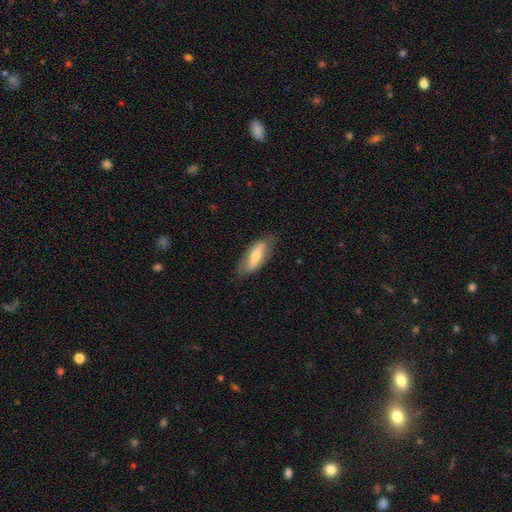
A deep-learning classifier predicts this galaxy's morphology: Overall: smooth (54%; featured or disk 40%). How rounded: in between (73%). Merging: none (77%).